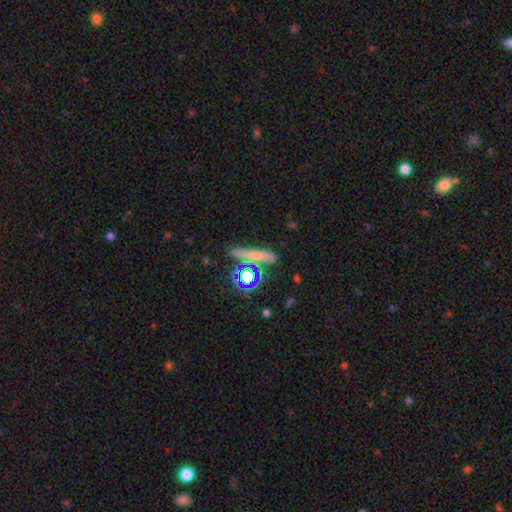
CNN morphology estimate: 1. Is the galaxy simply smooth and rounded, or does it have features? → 56% smooth, 22% star or artifact, 22% featured or disk.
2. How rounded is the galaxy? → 74% cigar-shaped, 13% in between, 13% round.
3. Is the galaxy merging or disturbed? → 69% none, 15% minor disturbance, 10% merger, 6% major disturbance.